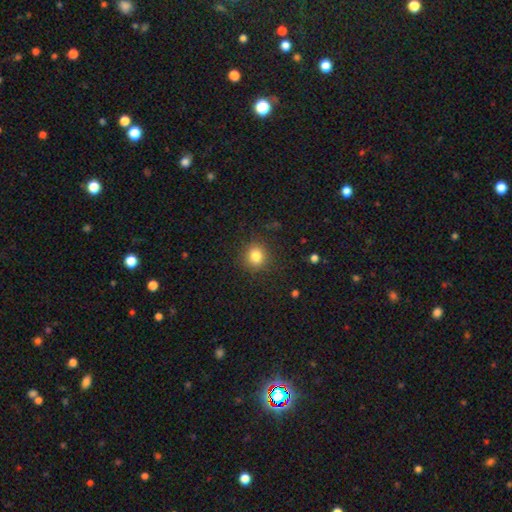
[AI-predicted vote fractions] smooth-or-featured: smooth: 82% | star or artifact: 12% | featured or disk: 6%
  how-rounded: round: 86% | in between: 13% | cigar-shaped: 1%
  merging: none: 87% | minor disturbance: 9% | major disturbance: 3% | merger: 1%